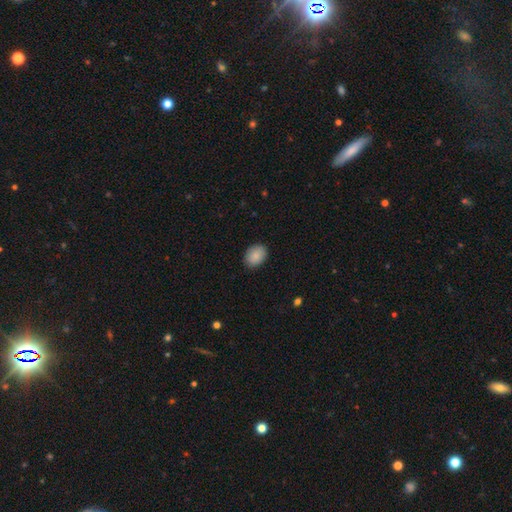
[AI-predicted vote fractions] smooth_or_featured: smooth (p=0.89) [alt: star or artifact p=0.07]
how_rounded: in between (p=0.76) [alt: round p=0.23]
merging: none (p=0.88) [alt: minor disturbance p=0.09]